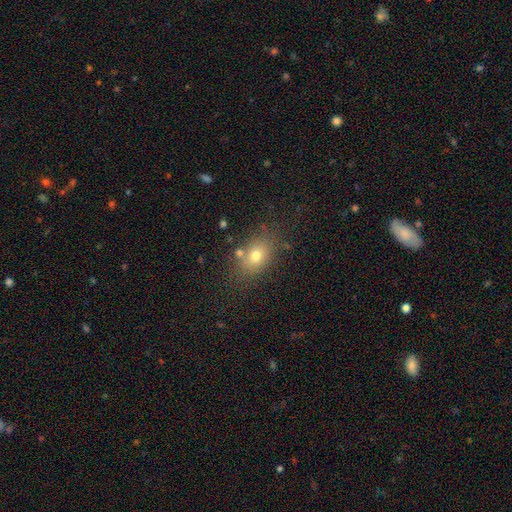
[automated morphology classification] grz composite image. It shows a smooth galaxy with no disk features (72%) that is in between round and cigar-shaped (68%). Merging: none (72%).